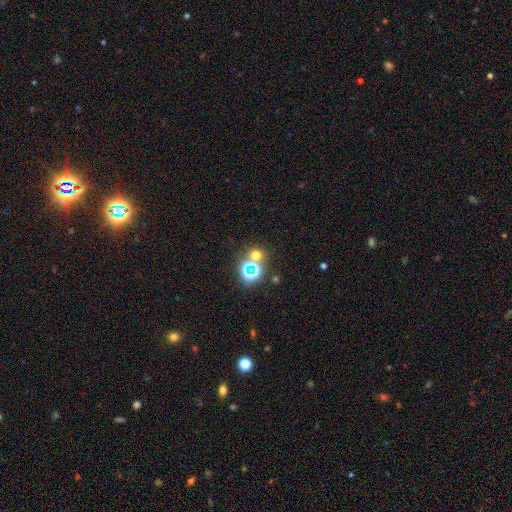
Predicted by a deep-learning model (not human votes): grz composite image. It shows a smooth galaxy with no disk features (53%) that is round (87%). Merging: none (68%).